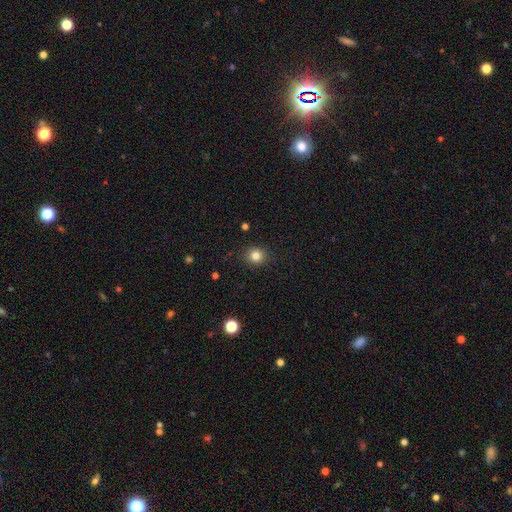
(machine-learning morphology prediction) smooth 82%, star or artifact 12%, featured or disk 6%. Down the decision tree: how rounded — round (87%); merging — none (90%).